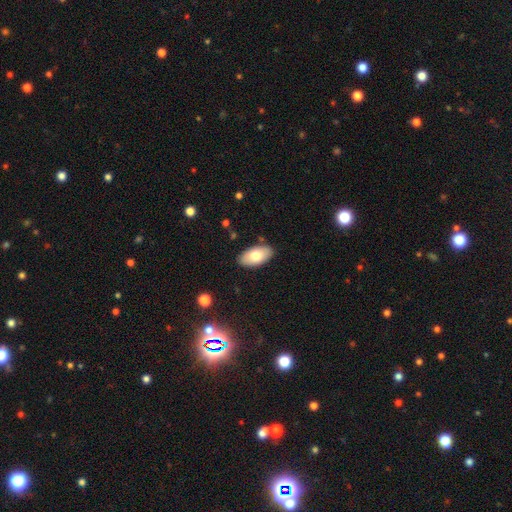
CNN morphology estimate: smooth_or_featured: smooth (p=0.76) [alt: featured or disk p=0.18]
how_rounded: in between (p=0.95) [alt: round p=0.03]
merging: none (p=0.87) [alt: minor disturbance p=0.09]